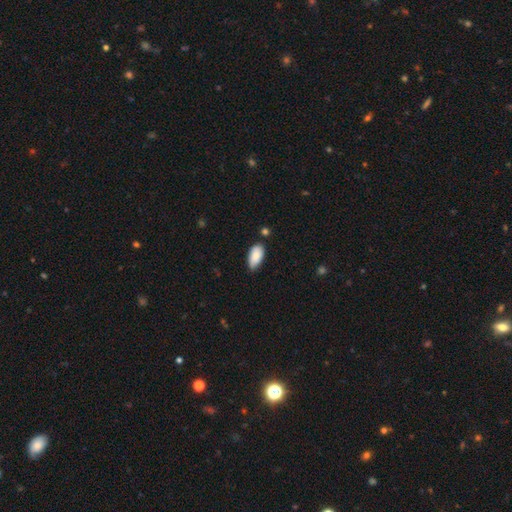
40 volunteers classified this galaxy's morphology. This is clearly a smooth galaxy (80%). How rounded: clearly in between (97%). Merging: possibly minor disturbance (49%).